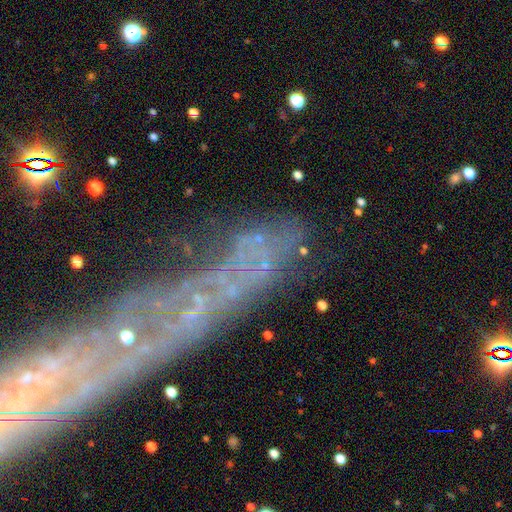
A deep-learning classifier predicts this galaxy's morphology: A featured or disk galaxy (43%).

Vote fractions:
- Smooth or featured? featured or disk: 43% / star or artifact: 38% / smooth: 19%
- Merging? none: 67% / minor disturbance: 15% / major disturbance: 11% / merger: 7%